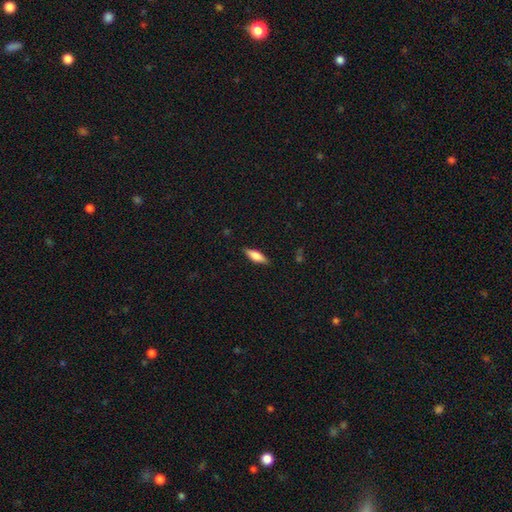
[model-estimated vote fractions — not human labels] Overall: smooth (67%). How rounded: in between (55%; cigar-shaped 43%). Merging: none (86%).